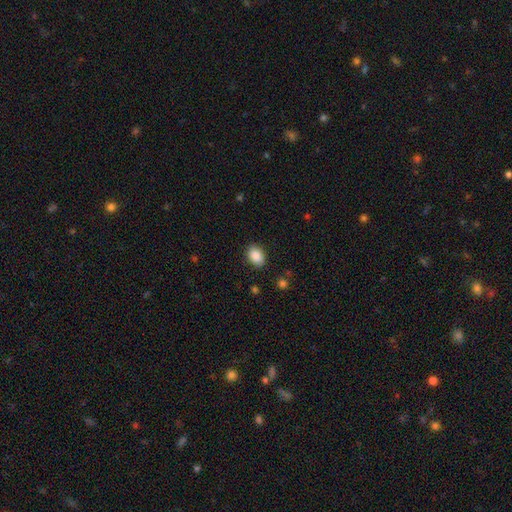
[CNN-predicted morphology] type=smooth (88%); roundness=in between (78%); merging=none (87%).